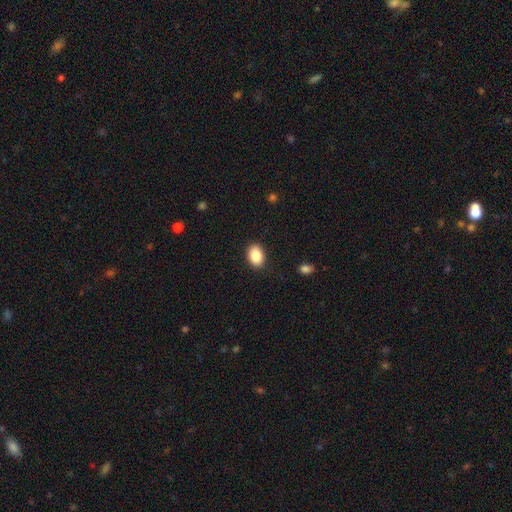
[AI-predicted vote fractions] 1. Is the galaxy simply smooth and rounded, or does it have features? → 87% smooth, 8% star or artifact, 5% featured or disk.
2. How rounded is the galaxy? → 82% in between, 17% round, 1% cigar-shaped.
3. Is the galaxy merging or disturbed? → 88% none, 8% minor disturbance, 2% major disturbance, 1% merger.